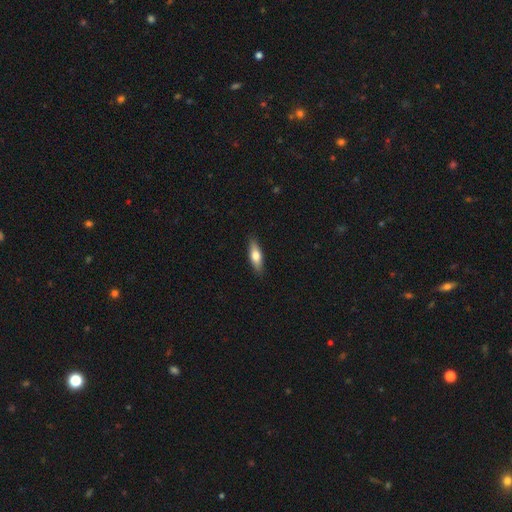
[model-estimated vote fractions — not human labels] smooth_or_featured: smooth (p=0.65) [alt: featured or disk p=0.29]
how_rounded: in between (p=0.52) [alt: cigar-shaped p=0.45]
merging: none (p=0.88) [alt: minor disturbance p=0.09]